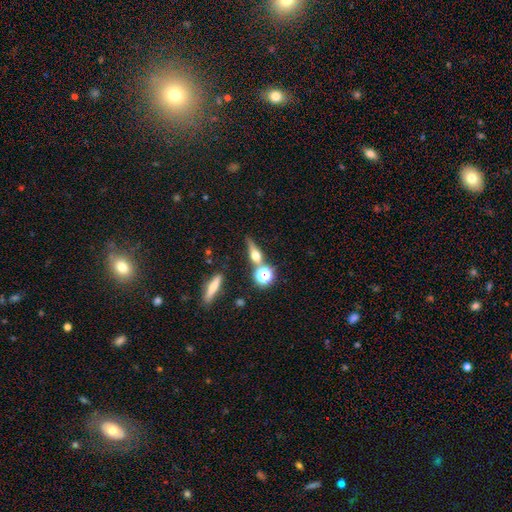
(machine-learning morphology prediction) type=smooth (43%); merging=none (62%).